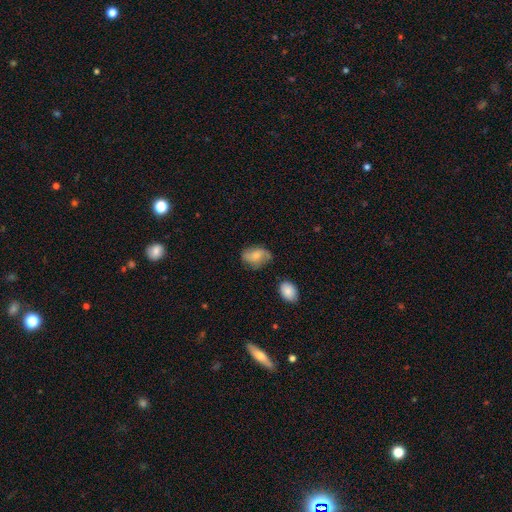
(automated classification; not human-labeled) This is possibly a smooth galaxy (57%). How rounded: clearly in between (81%). Merging: likely none (62%).